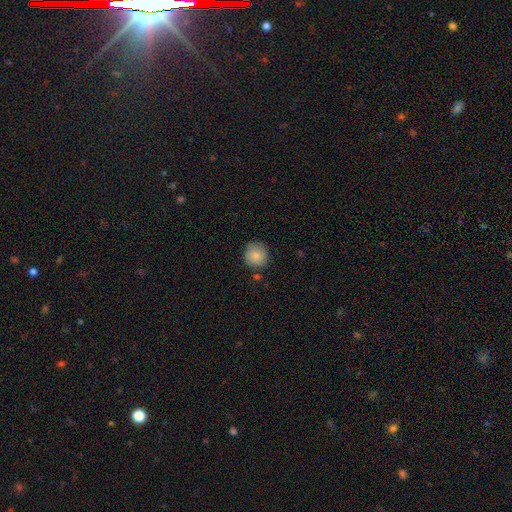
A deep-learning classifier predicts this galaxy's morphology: Q: Smooth or featured?
A: smooth (85%); runner-up: featured or disk (7%)
Q: How rounded?
A: round (91%); runner-up: in between (8%)
Q: Merging?
A: none (78%); runner-up: minor disturbance (16%)